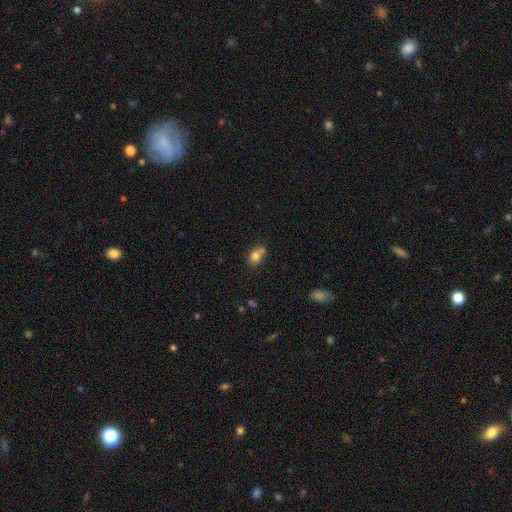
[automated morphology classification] Smooth or featured: smooth — 78% (featured or disk — 11%)
How rounded: in between — 52% (round — 47%)
Merging: none — 46% (merger — 32%)